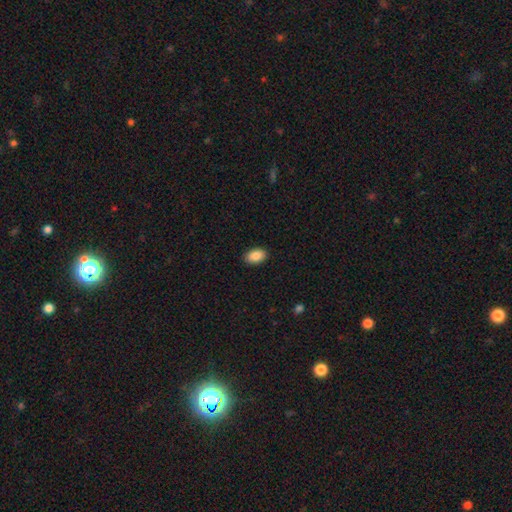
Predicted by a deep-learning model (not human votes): smooth 89%, star or artifact 7%, featured or disk 4%. Down the decision tree: how rounded — in between (90%); merging — none (90%).